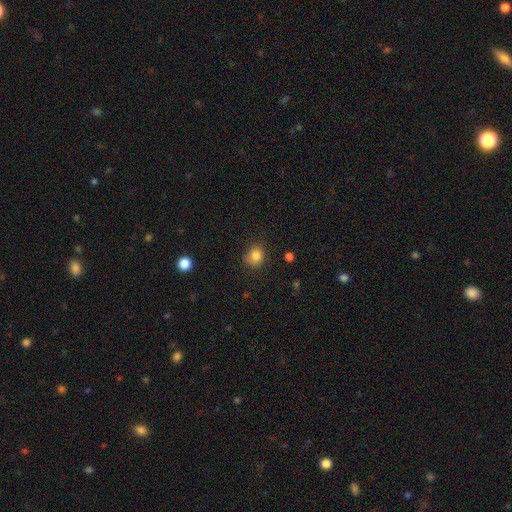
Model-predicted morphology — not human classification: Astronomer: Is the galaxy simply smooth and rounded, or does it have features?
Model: smooth — 83%.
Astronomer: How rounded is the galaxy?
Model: round — 80%.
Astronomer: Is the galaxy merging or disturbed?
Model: none — 73%.